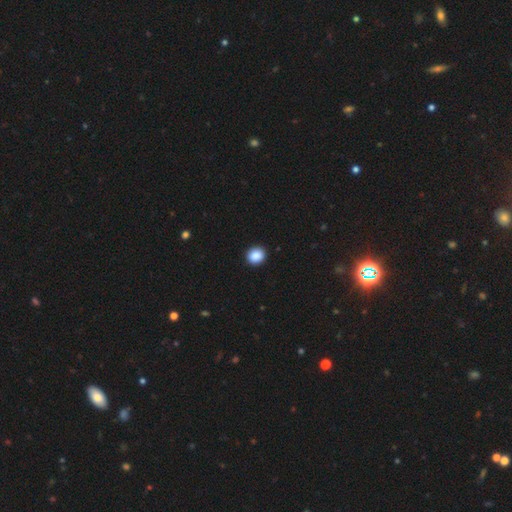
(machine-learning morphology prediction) smooth-or-featured: smooth: 89% | star or artifact: 9% | featured or disk: 3%
  how-rounded: round: 80% | in between: 19% | cigar-shaped: 1%
  merging: none: 92% | minor disturbance: 5% | major disturbance: 2% | merger: 1%